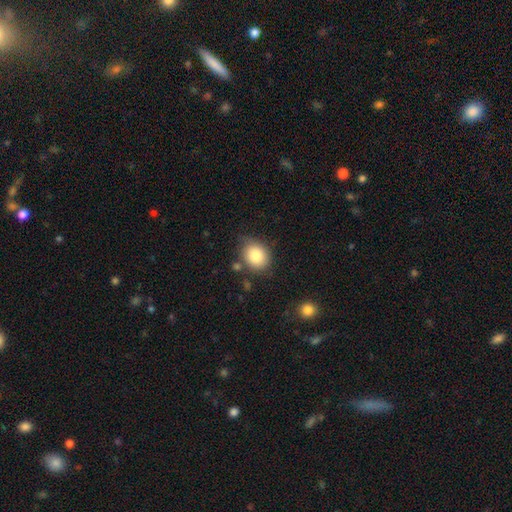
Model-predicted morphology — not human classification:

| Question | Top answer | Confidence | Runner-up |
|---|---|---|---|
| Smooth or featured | smooth | 82% | star or artifact (9%) |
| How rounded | round | 63% | in between (36%) |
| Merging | none | 73% | minor disturbance (18%) |